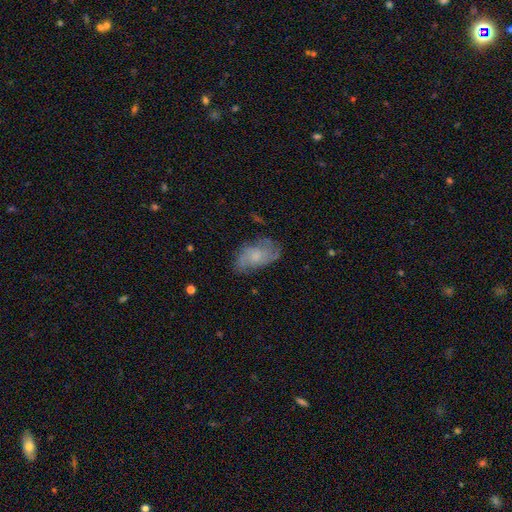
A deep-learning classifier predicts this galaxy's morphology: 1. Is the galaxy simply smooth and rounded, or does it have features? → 61% featured or disk, 31% smooth, 8% star or artifact.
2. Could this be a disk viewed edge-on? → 95% no, 5% yes.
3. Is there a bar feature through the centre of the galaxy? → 75% no, 23% weak, 3% strong.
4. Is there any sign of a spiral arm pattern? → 84% yes, 16% no.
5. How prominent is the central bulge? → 53% small, 31% moderate, 12% none, 3% large, 1% dominant.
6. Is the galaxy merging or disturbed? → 64% none, 24% minor disturbance, 11% major disturbance, 2% merger.